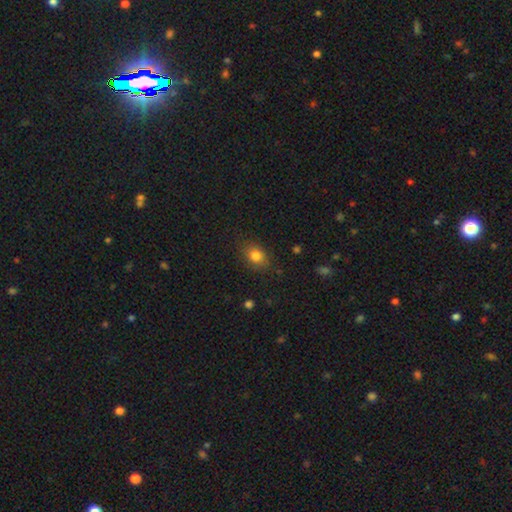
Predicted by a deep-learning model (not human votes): A smooth galaxy with no disk features (81%) that is in between round and cigar-shaped (61%). Merging: none (82%).